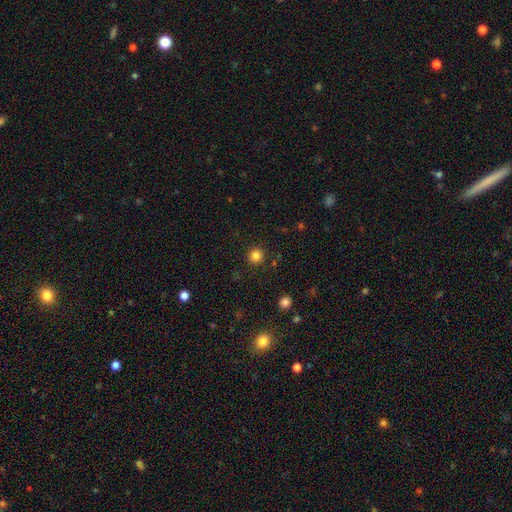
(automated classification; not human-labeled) Smooth or featured?
  - smooth: 83% *
  - star or artifact: 13%
  - featured or disk: 5%
How rounded?
  - round: 93% *
  - in between: 6%
  - cigar-shaped: 1%
Merging?
  - none: 90% *
  - minor disturbance: 6%
  - major disturbance: 2%
  - merger: 2%